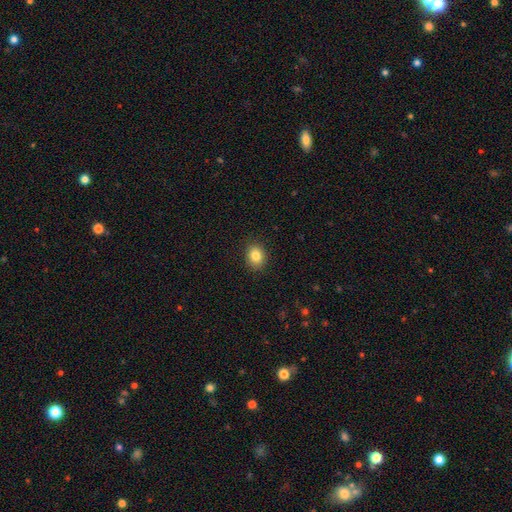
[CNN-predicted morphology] smooth-or-featured: smooth: 84% | star or artifact: 10% | featured or disk: 6%
  how-rounded: round: 52% | in between: 47% | cigar-shaped: 1%
  merging: none: 89% | minor disturbance: 8% | major disturbance: 2% | merger: 1%